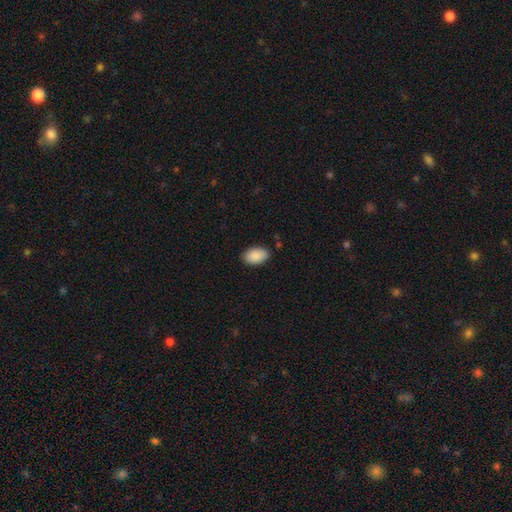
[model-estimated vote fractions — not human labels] This is clearly a smooth galaxy (90%). How rounded: clearly in between (94%). Merging: clearly none (85%).